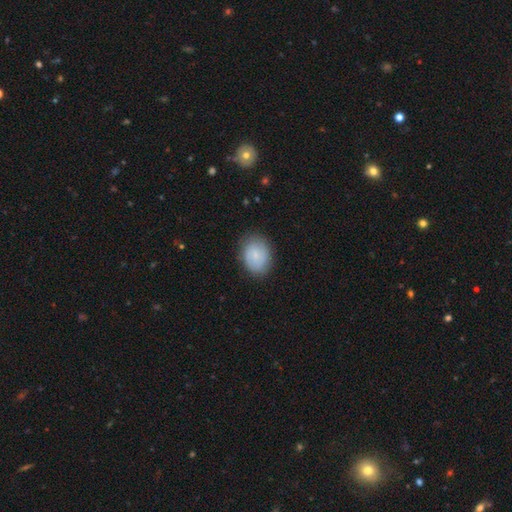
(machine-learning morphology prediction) Overall: smooth (76%). How rounded: in between (62%; round 37%). Merging: none (81%).